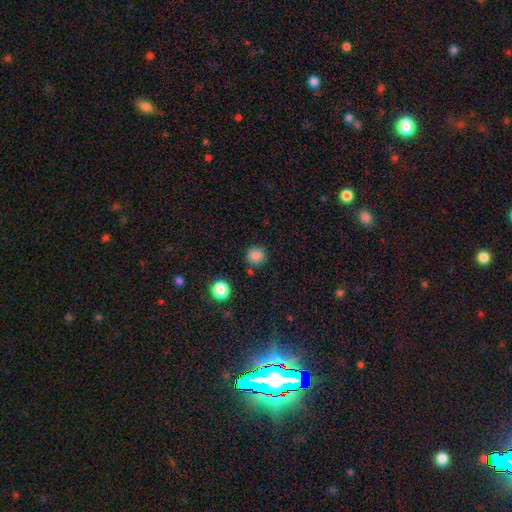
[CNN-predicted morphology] A smooth galaxy with no disk features (85%) that is round (91%). Merging: none (86%).